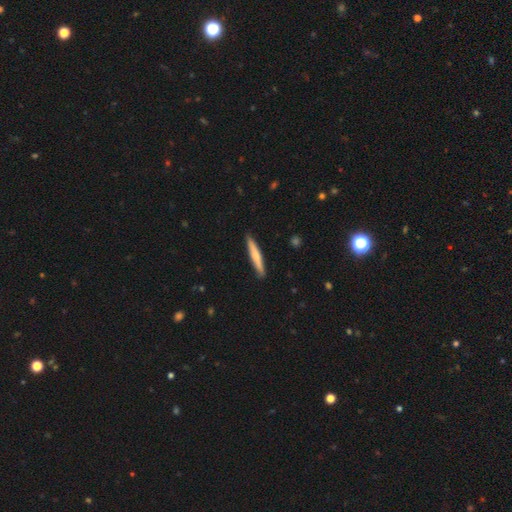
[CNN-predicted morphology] The model was most divided on "smooth or featured": smooth: 57%, featured or disk: 38%, star or artifact: 5%. More confident: how rounded — cigar-shaped (94%); merging — none (90%).